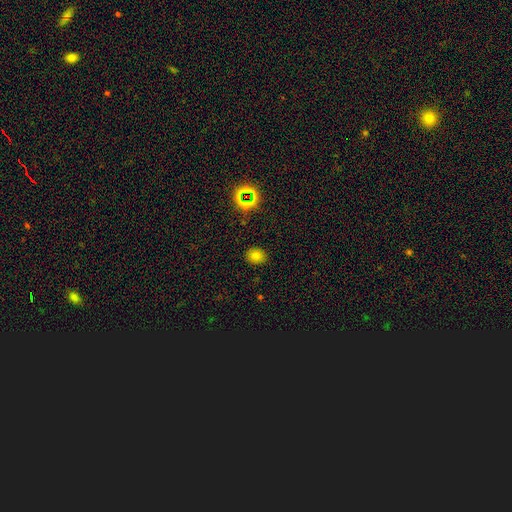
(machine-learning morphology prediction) Smooth or featured: smooth — 73% (star or artifact — 19%)
How rounded: round — 60% (in between — 39%)
Merging: none — 87% (minor disturbance — 9%)